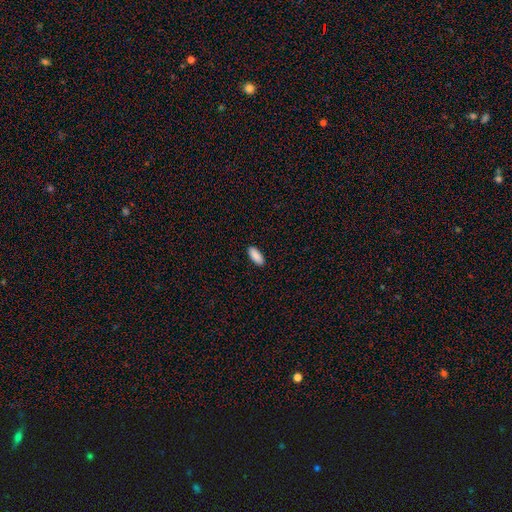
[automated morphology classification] smooth 91%, star or artifact 6%, featured or disk 4%. Down the decision tree: how rounded — in between (81%); merging — none (90%).